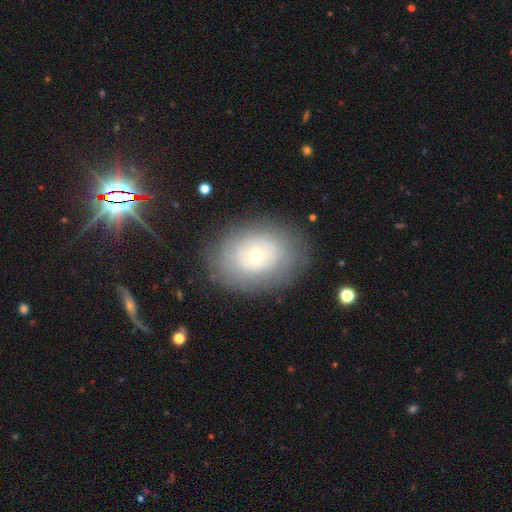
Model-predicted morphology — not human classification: A featured or disk galaxy (58%) with no bar (69%), no spiral arms (53%) and a moderate central bulge (57%). Merging: none (79%).